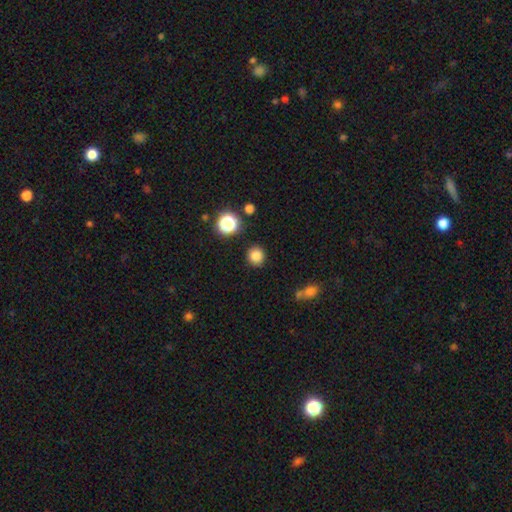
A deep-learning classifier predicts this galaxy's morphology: The model was most divided on "smooth or featured": smooth: 82%, star or artifact: 13%, featured or disk: 5%. More confident: how rounded — round (90%); merging — none (89%).